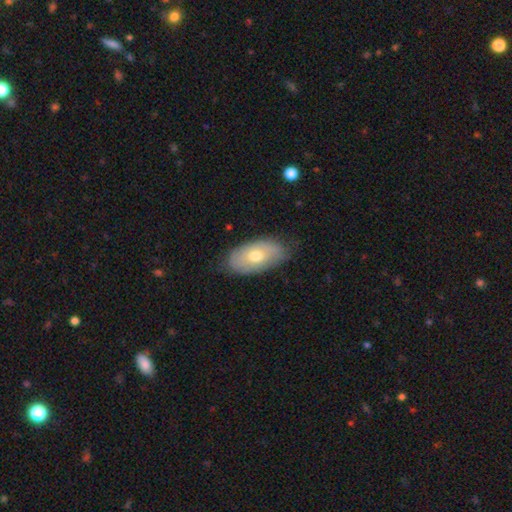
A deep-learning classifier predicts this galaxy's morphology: smooth 64%, featured or disk 29%, star or artifact 7%. Down the decision tree: how rounded — in between (93%); merging — none (77%).